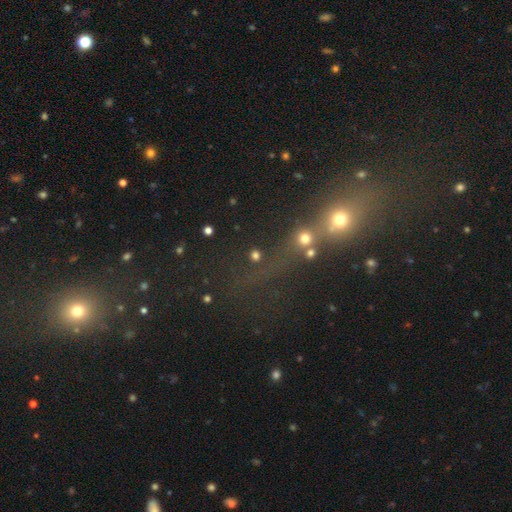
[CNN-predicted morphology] A smooth galaxy with no disk features (65%) that is round (86%).

Vote fractions:
- Smooth or featured? smooth: 65% / star or artifact: 26% / featured or disk: 9%
- How rounded? round: 86% / in between: 11% / cigar-shaped: 3%
- Merging? none: 66% / merger: 17% / minor disturbance: 9% / major disturbance: 8%